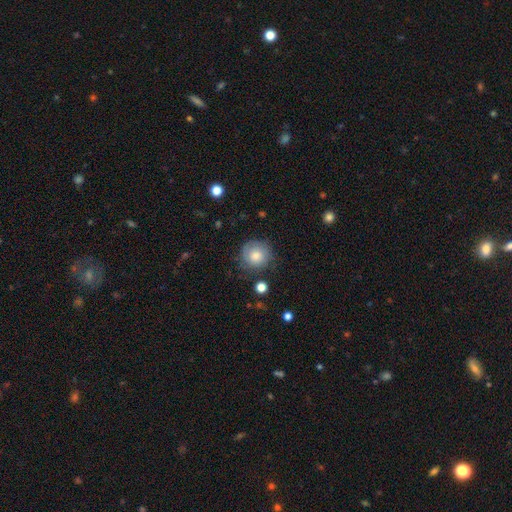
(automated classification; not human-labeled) Smooth or featured? Predicted: smooth (p=0.67). How rounded? Predicted: round (p=0.92). Merging? Predicted: none (p=0.75).